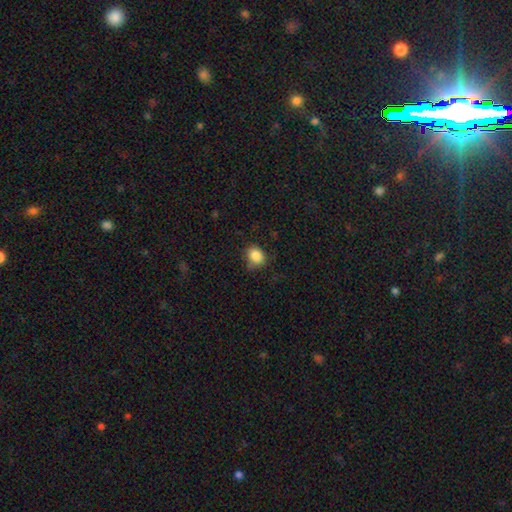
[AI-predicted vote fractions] smooth 86%, star or artifact 10%, featured or disk 5%. Down the decision tree: how rounded — round (61%); merging — none (73%).